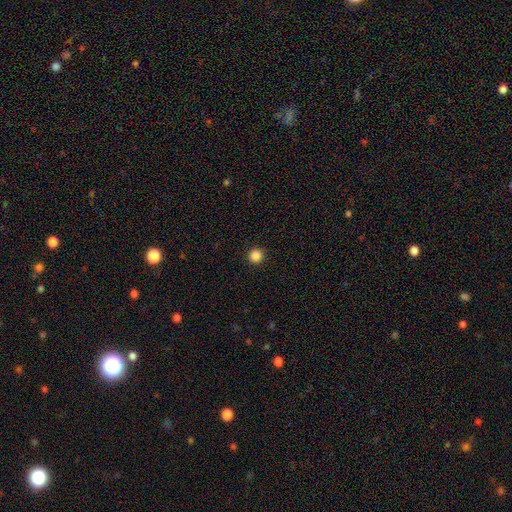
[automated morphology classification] This appears to be a smooth galaxy with no disk features (86%) that is round (95%). Merging: none (93%).